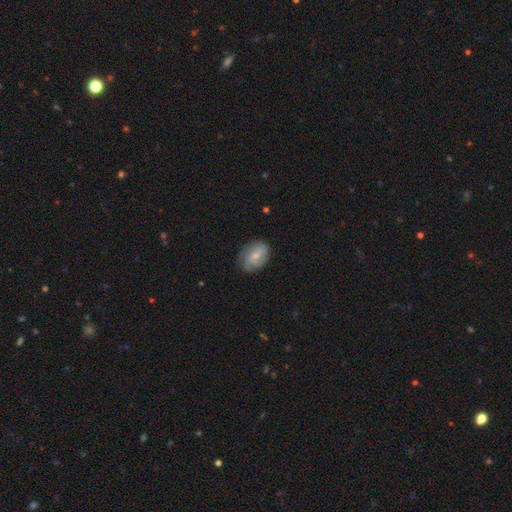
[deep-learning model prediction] Smooth or featured? Predicted: featured or disk (p=0.50). Edge-on disk? Predicted: no (p=0.96). Merging? Predicted: none (p=0.70).